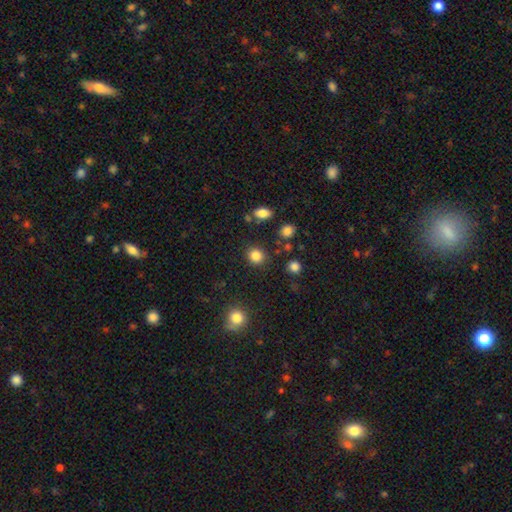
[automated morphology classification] Smooth or featured? Predicted: smooth (p=0.85). How rounded? Predicted: round (p=0.82). Merging? Predicted: none (p=0.86).